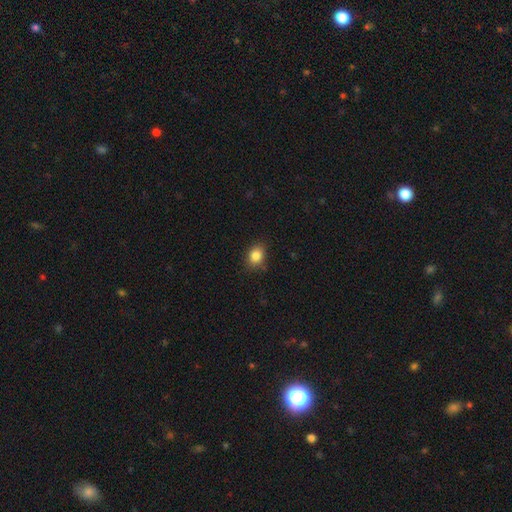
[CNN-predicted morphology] This is clearly a smooth galaxy (85%). How rounded: possibly in between (55%). Merging: clearly none (82%).